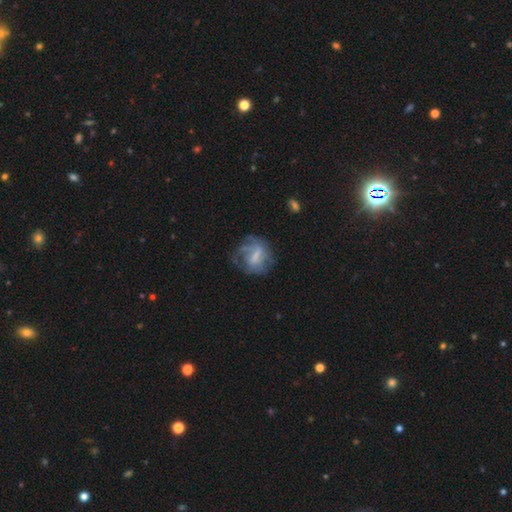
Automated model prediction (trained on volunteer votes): A featured or disk galaxy (59%) with a weak bar (43%), spiral arms (59%) and no central bulge (40%).

Vote fractions:
- Smooth or featured? featured or disk: 59% / smooth: 32% / star or artifact: 9%
- Edge-on disk? no: 96% / yes: 4%
- Bar? weak: 43% / strong: 32% / no: 25%
- Spiral arms? yes: 59% / no: 41%
- Bulge size? none: 40% / small: 25% / moderate: 25% / large: 8% / dominant: 1%
- Merging? none: 50% / major disturbance: 25% / minor disturbance: 22% / merger: 3%